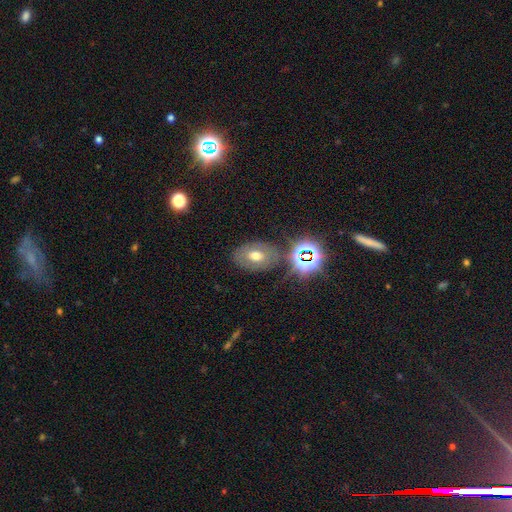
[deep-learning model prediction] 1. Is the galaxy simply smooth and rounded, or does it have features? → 50% smooth, 29% featured or disk, 22% star or artifact.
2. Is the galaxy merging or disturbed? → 72% none, 14% minor disturbance, 7% merger, 7% major disturbance.